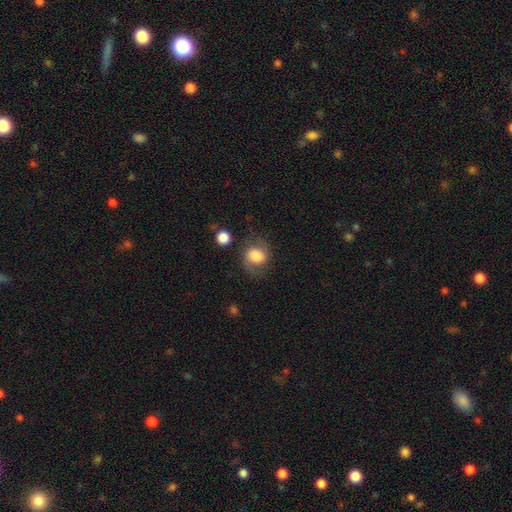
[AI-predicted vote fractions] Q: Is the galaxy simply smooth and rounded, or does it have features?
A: smooth — 53%.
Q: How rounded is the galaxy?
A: round — 65%.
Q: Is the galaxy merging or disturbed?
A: none — 64%.